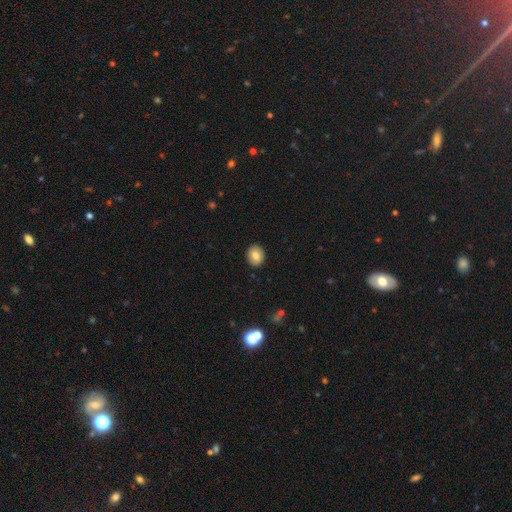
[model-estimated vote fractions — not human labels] Smooth or featured: smooth — 80% (featured or disk — 11%)
How rounded: round — 63% (in between — 36%)
Merging: none — 90% (minor disturbance — 7%)